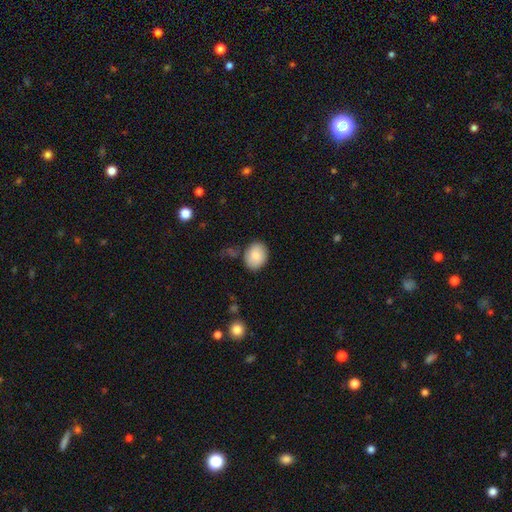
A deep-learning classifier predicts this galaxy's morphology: smooth_or_featured: smooth (p=0.86) [alt: featured or disk p=0.07]
how_rounded: in between (p=0.61) [alt: round p=0.38]
merging: none (p=0.81) [alt: minor disturbance p=0.13]